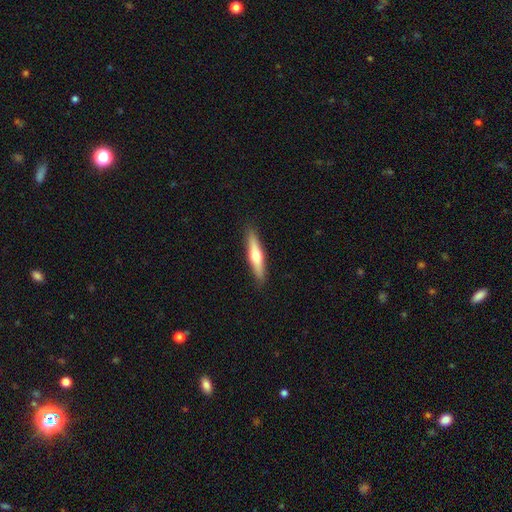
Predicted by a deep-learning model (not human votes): Morphology: type=featured or disk (48%); merging=none (90%).